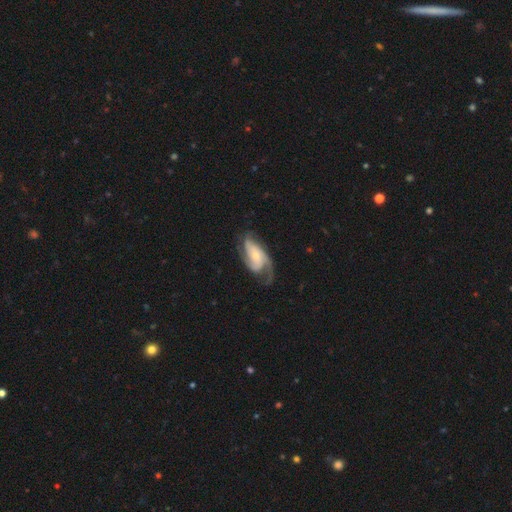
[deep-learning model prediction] Overall: featured or disk (85%). Edge-on disk: no (96%). Bar: no (65%; weak 26%). Spiral arms: yes (96%). Spiral arm count: 2 (43%; 3 30%). Spiral winding: medium (47%; tight 31%). Bulge size: small (62%; moderate 31%). Merging: none (61%).